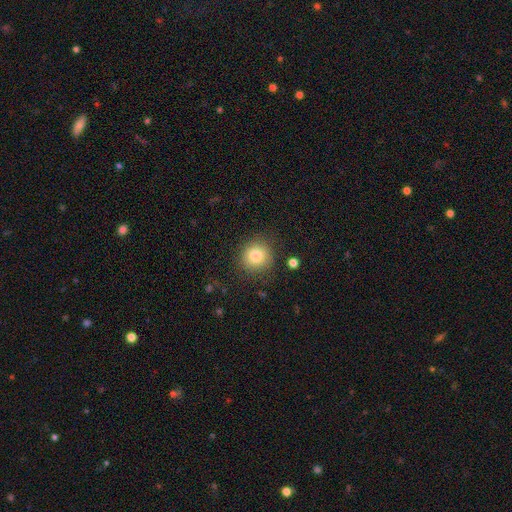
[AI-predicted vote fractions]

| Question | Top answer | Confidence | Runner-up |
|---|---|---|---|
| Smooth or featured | smooth | 83% | star or artifact (10%) |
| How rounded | round | 90% | in between (9%) |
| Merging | none | 85% | minor disturbance (9%) |